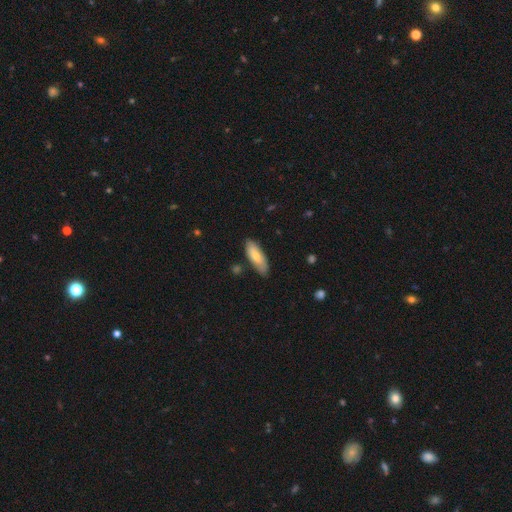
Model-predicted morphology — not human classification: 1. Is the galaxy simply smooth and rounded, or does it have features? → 71% smooth, 24% featured or disk, 6% star or artifact.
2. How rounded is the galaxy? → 71% in between, 27% cigar-shaped, 2% round.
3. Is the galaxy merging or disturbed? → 77% none, 18% minor disturbance, 3% major disturbance, 2% merger.